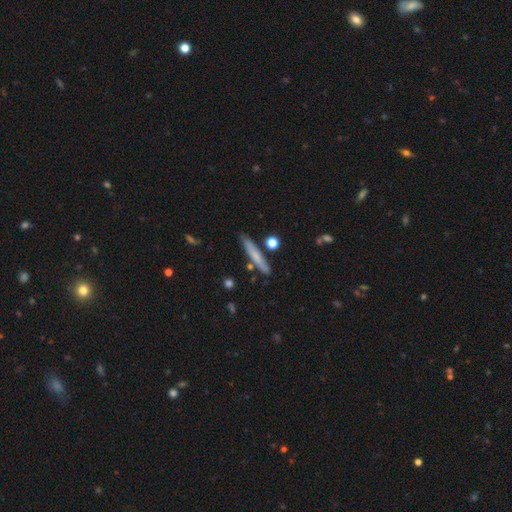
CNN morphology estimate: type=smooth (66%); roundness=cigar-shaped (94%); merging=none (83%).